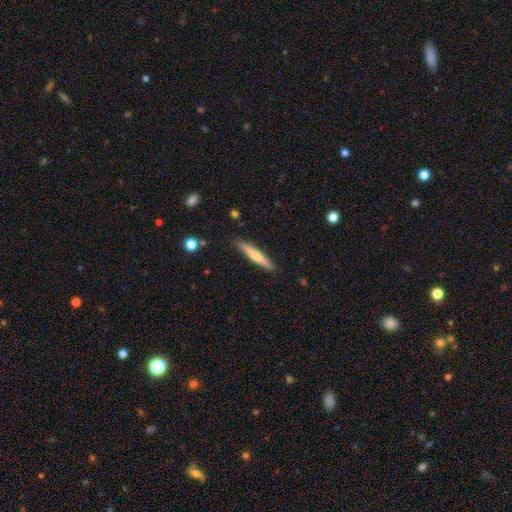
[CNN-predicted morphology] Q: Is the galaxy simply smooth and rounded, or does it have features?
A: smooth — 59%.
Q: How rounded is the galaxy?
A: cigar-shaped — 93%.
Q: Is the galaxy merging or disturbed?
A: none — 88%.